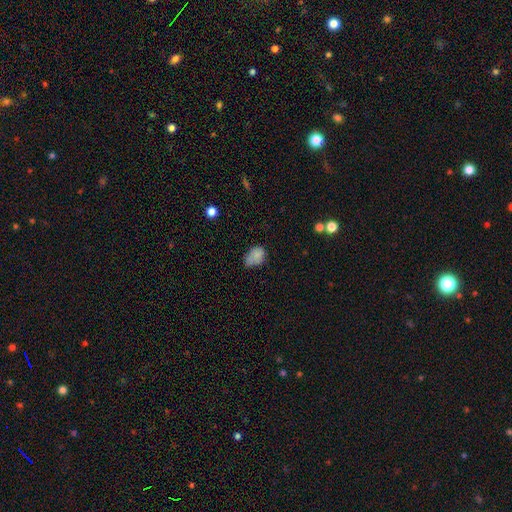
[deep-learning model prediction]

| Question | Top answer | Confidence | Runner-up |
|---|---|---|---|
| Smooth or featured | smooth | 74% | featured or disk (14%) |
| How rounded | in between | 76% | round (23%) |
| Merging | minor disturbance | 39% | none (38%) |